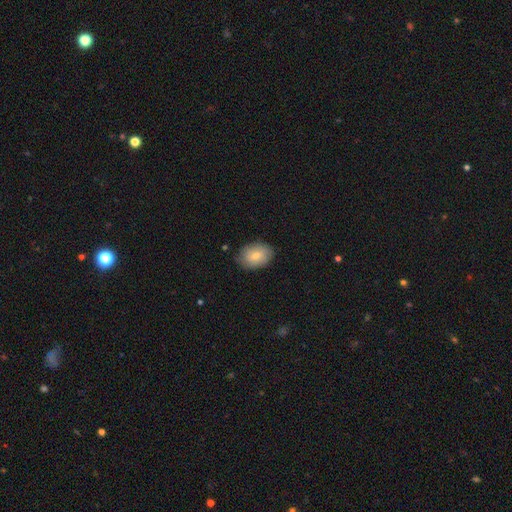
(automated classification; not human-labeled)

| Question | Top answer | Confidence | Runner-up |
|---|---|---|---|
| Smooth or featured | smooth | 75% | featured or disk (18%) |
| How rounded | in between | 79% | round (19%) |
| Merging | none | 81% | minor disturbance (15%) |